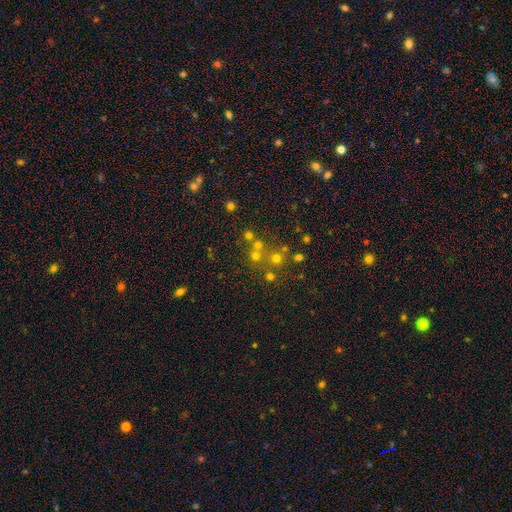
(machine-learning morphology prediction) Smooth or featured? smooth (58%)
How rounded? round (90%)
Merging? none (59%)